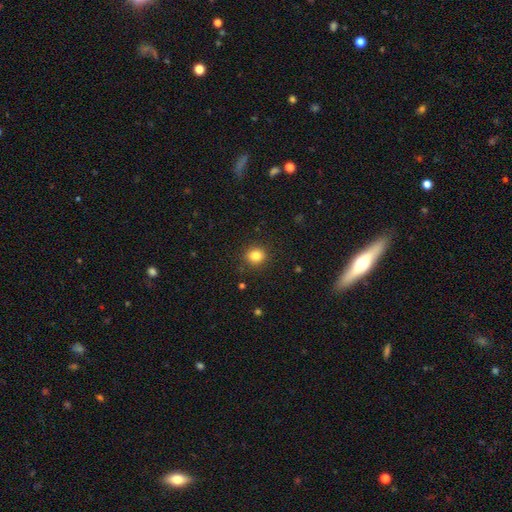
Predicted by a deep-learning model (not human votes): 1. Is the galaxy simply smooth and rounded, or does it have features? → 83% smooth, 11% star or artifact, 5% featured or disk.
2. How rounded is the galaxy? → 82% round, 17% in between, 1% cigar-shaped.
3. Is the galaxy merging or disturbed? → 90% none, 7% minor disturbance, 2% major disturbance, 1% merger.